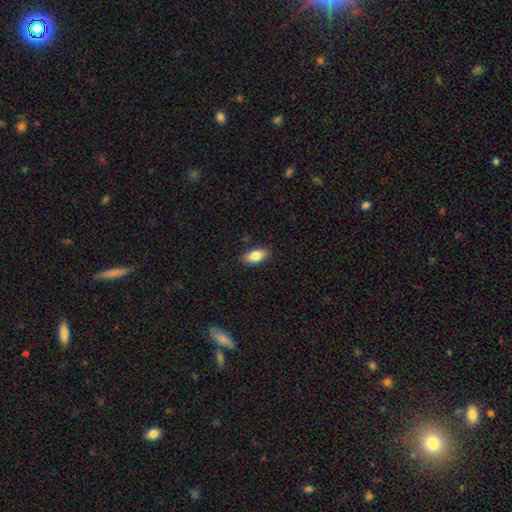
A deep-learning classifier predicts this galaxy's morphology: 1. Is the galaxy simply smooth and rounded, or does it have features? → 83% smooth, 10% featured or disk, 7% star or artifact.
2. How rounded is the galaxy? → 89% in between, 8% cigar-shaped, 3% round.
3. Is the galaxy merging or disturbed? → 87% none, 10% minor disturbance, 2% major disturbance, 1% merger.